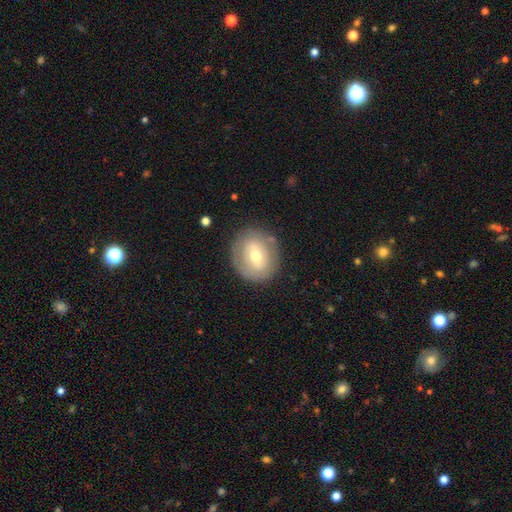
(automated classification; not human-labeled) Smooth or featured: smooth — 46% (tied with featured or disk — 46%)
Merging: none — 81% (minor disturbance — 12%)